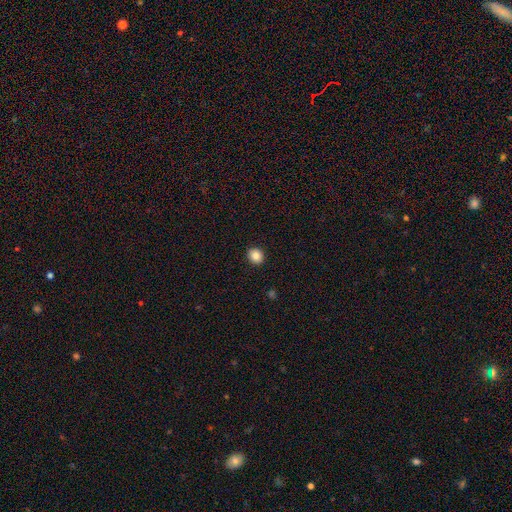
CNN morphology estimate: Smooth or featured?
  - smooth: 85% *
  - star or artifact: 10%
  - featured or disk: 6%
How rounded?
  - round: 76% *
  - in between: 23%
  - cigar-shaped: 1%
Merging?
  - none: 93% *
  - minor disturbance: 5%
  - major disturbance: 2%
  - merger: 1%